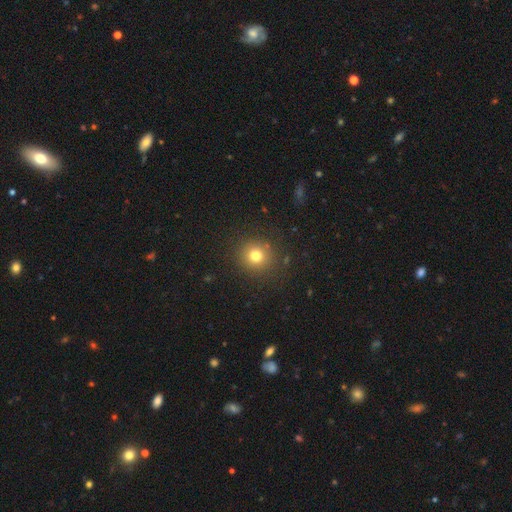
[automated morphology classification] Q: Smooth or featured?
A: smooth (76%); runner-up: star or artifact (16%)
Q: How rounded?
A: round (91%); runner-up: in between (8%)
Q: Merging?
A: none (88%); runner-up: minor disturbance (7%)